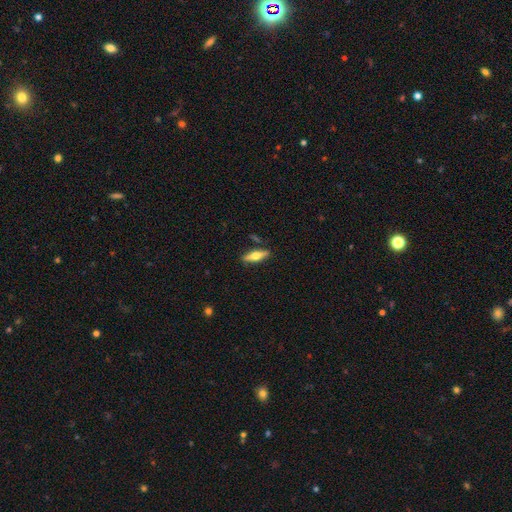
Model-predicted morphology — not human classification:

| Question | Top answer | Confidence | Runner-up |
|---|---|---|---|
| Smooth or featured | smooth | 53% | featured or disk (40%) |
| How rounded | cigar-shaped | 55% | in between (42%) |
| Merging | none | 83% | minor disturbance (12%) |